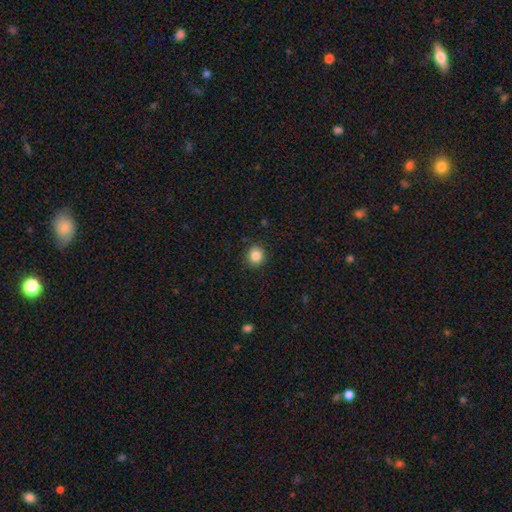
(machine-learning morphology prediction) A smooth galaxy with no disk features (85%) that is round (89%).

Vote fractions:
- Smooth or featured? smooth: 85% / star or artifact: 10% / featured or disk: 5%
- How rounded? round: 89% / in between: 10% / cigar-shaped: 1%
- Merging? none: 90% / minor disturbance: 7% / major disturbance: 2% / merger: 1%